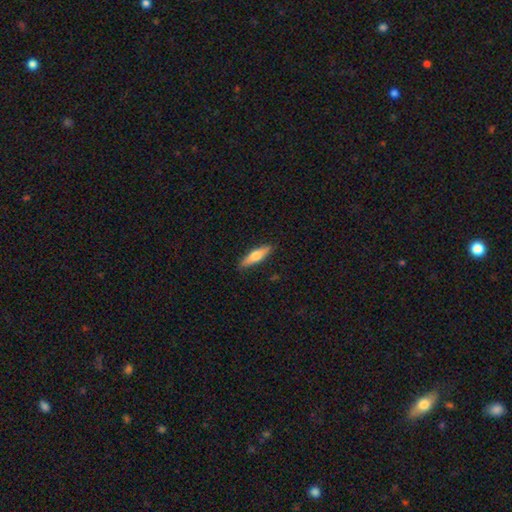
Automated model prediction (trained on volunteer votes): smooth 58%, featured or disk 36%, star or artifact 6%. Down the decision tree: how rounded — cigar-shaped (70%); merging — none (88%).